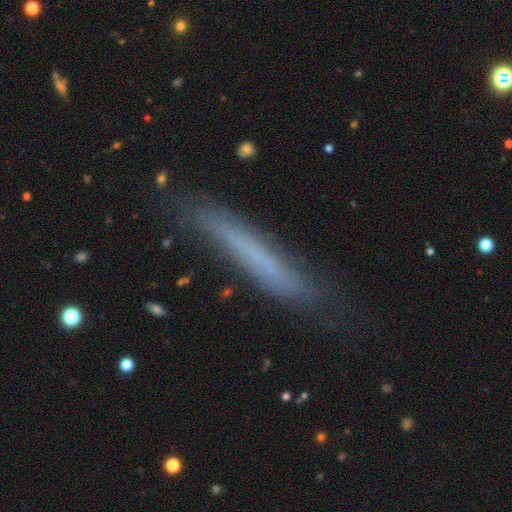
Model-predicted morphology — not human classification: A smooth galaxy with no disk features (55%) that is cigar-shaped (94%). Merging: none (75%).